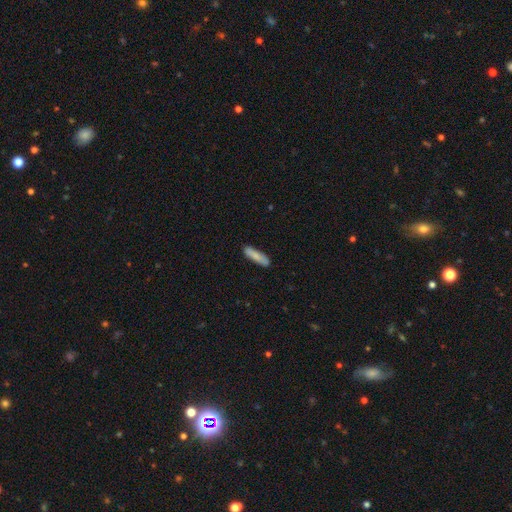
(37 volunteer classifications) This appears to be a smooth galaxy with no disk features (76%) that is cigar-shaped (71%). Merging: none (89%).